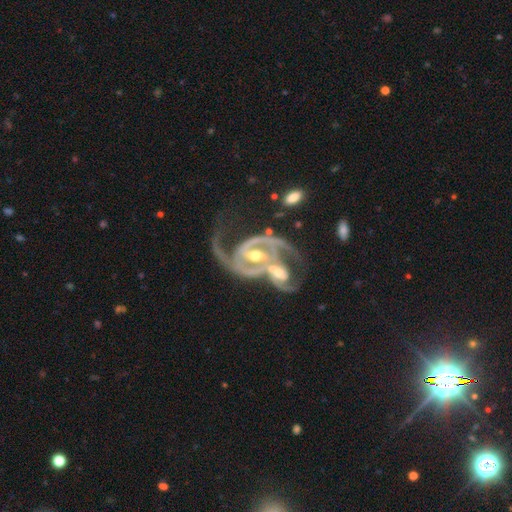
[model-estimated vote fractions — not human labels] Smooth or featured: featured or disk — 92% (star or artifact — 5%)
Edge-on disk: no — 97% (yes — 3%)
Bar: strong — 38% (weak — 37%)
Spiral arms: yes — 97% (no — 3%)
Spiral winding: medium — 52% (tight — 29%)
Spiral arm count: 2 — 84% (can't tell — 5%)
Bulge size: moderate — 63% (small — 30%)
Merging: merger — 61% (none — 18%)